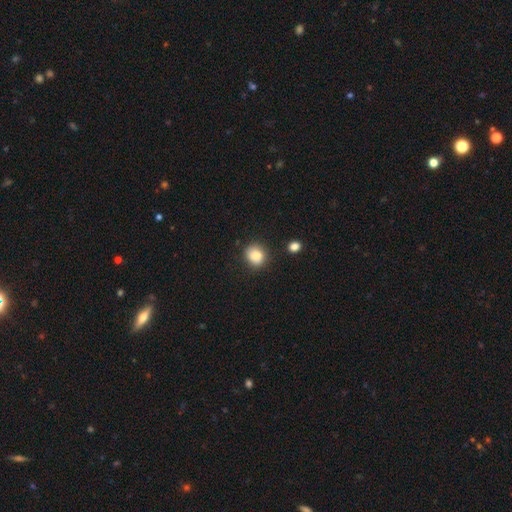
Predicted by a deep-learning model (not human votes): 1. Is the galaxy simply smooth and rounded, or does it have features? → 81% smooth, 10% star or artifact, 9% featured or disk.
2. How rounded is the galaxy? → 70% round, 29% in between, 1% cigar-shaped.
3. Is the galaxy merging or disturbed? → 63% none, 17% minor disturbance, 16% merger, 4% major disturbance.